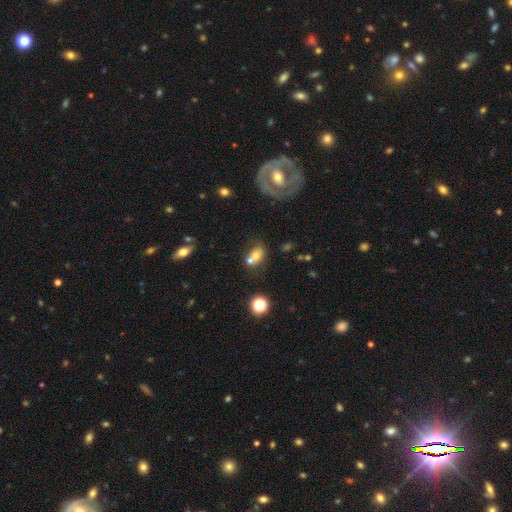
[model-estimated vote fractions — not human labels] Smooth or featured? smooth (66%)
How rounded? in between (64%)
Merging? merger (48%)